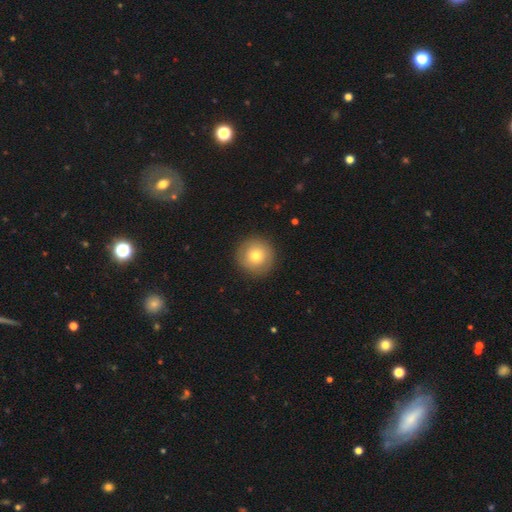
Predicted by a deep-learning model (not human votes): This is likely a smooth galaxy (76%). How rounded: clearly round (96%). Merging: clearly none (90%).